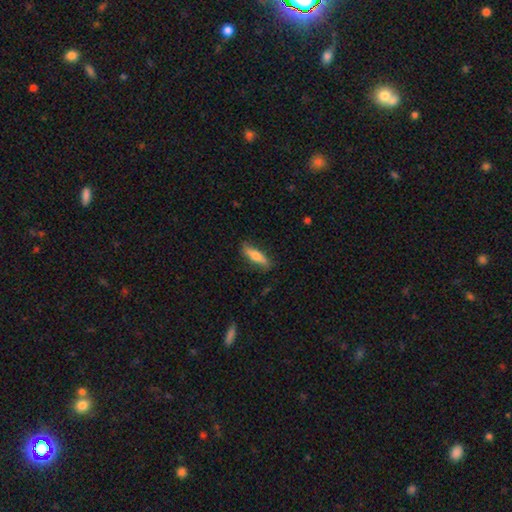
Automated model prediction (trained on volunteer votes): A smooth galaxy with no disk features (65%) that is cigar-shaped (67%).

Vote fractions:
- Smooth or featured? smooth: 65% / featured or disk: 29% / star or artifact: 6%
- How rounded? cigar-shaped: 67% / in between: 31% / round: 2%
- Merging? none: 81% / minor disturbance: 15% / major disturbance: 3% / merger: 1%